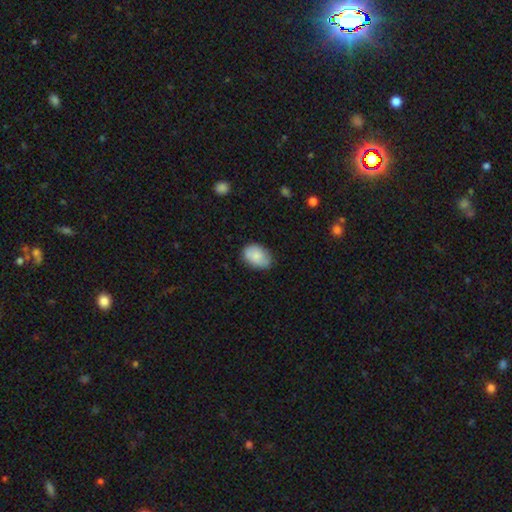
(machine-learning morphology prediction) smooth_or_featured: smooth (p=0.83) [alt: featured or disk p=0.11]
how_rounded: in between (p=0.83) [alt: round p=0.16]
merging: none (p=0.77) [alt: minor disturbance p=0.19]